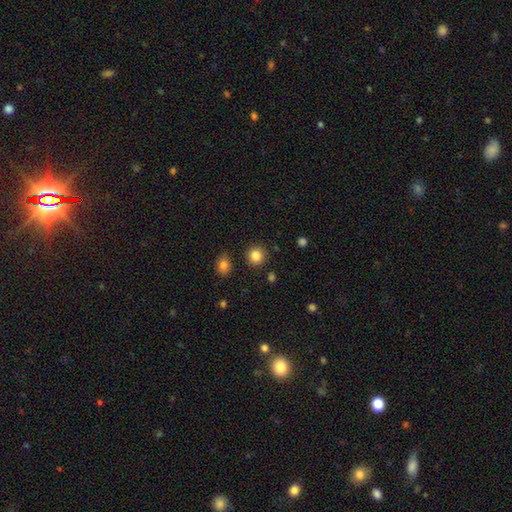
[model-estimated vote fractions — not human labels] A smooth galaxy with no disk features (85%) that is round (91%).

Vote fractions:
- Smooth or featured? smooth: 85% / star or artifact: 10% / featured or disk: 4%
- How rounded? round: 91% / in between: 8% / cigar-shaped: 1%
- Merging? none: 89% / minor disturbance: 6% / merger: 2% / major disturbance: 2%